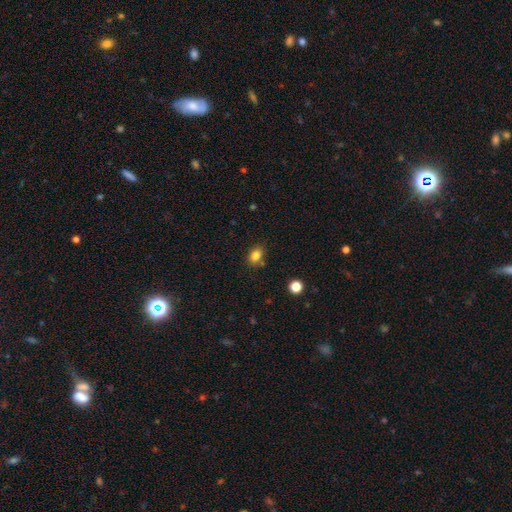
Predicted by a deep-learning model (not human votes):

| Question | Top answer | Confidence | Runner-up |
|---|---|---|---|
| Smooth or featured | smooth | 82% | star or artifact (11%) |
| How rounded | in between | 70% | round (29%) |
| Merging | none | 77% | minor disturbance (13%) |